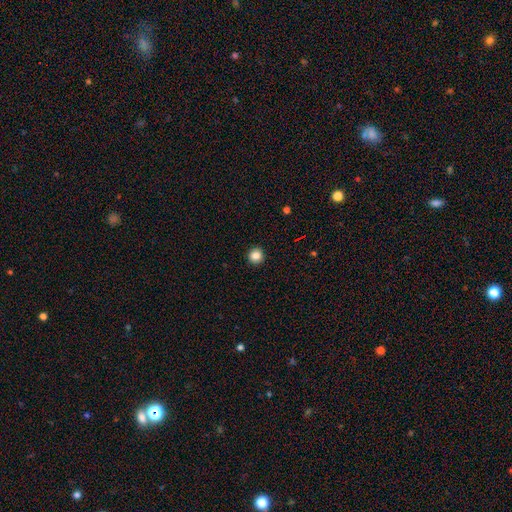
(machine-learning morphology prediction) Smooth or featured? Predicted: smooth (p=0.85). How rounded? Predicted: round (p=0.93). Merging? Predicted: none (p=0.93).